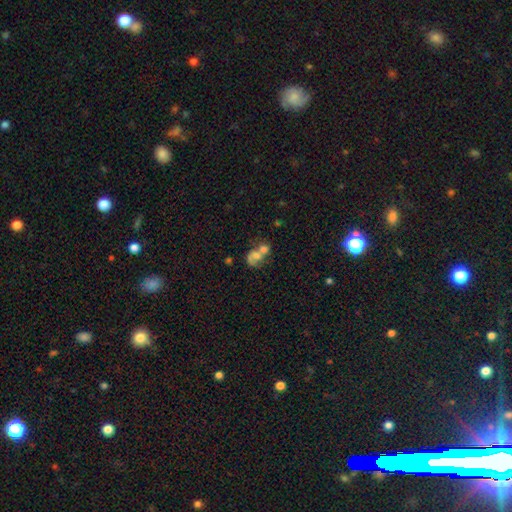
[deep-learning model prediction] smooth_or_featured: smooth (p=0.50) [alt: featured or disk p=0.39]
merging: merger (p=0.67) [alt: none p=0.15]